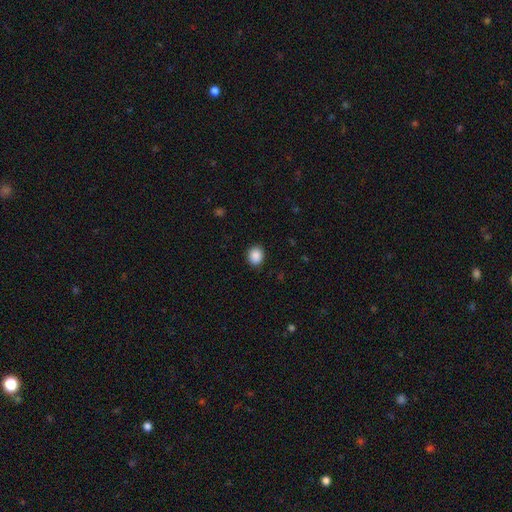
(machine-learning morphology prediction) Overall: smooth (89%). How rounded: round (67%; in between 32%). Merging: none (90%).